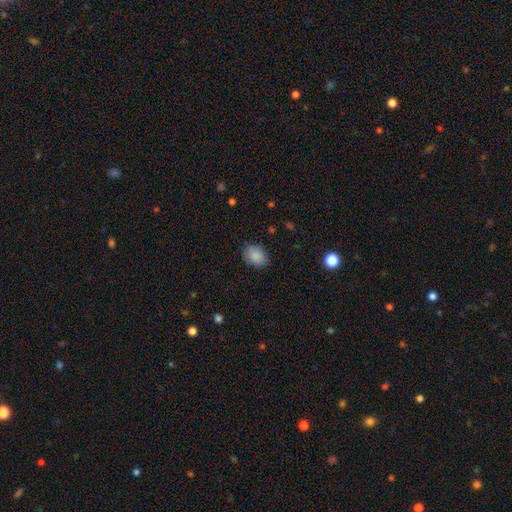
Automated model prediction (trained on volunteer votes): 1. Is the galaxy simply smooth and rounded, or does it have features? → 88% smooth, 8% star or artifact, 4% featured or disk.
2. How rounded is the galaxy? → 64% in between, 35% round, 1% cigar-shaped.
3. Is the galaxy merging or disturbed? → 83% none, 12% minor disturbance, 3% major disturbance, 1% merger.